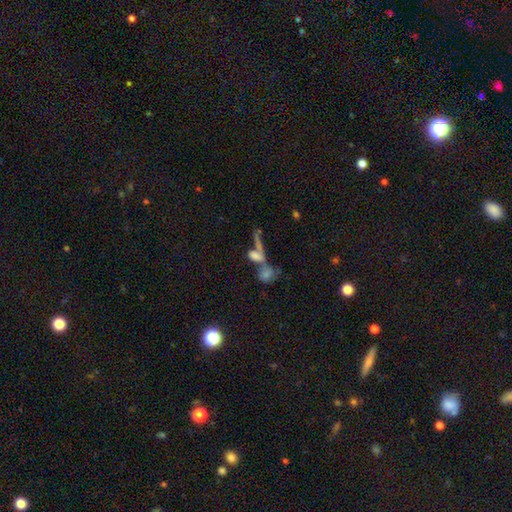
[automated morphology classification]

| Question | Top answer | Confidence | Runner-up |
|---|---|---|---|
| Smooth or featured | smooth | 54% | featured or disk (30%) |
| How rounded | in between | 56% | cigar-shaped (31%) |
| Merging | merger | 59% | none (22%) |